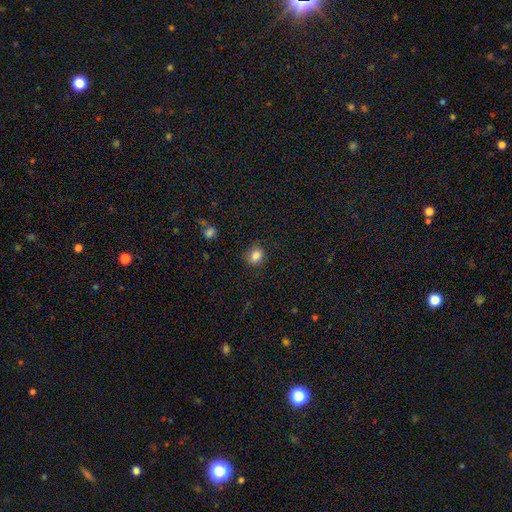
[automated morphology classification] Smooth or featured? Predicted: smooth (p=0.84). How rounded? Predicted: in between (p=0.58). Merging? Predicted: none (p=0.82).